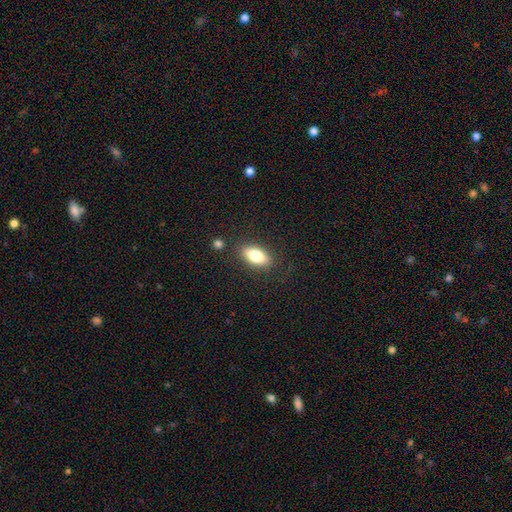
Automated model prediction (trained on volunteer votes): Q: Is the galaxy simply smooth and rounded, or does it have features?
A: smooth — 79%.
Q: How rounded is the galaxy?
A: in between — 87%.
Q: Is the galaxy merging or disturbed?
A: none — 84%.